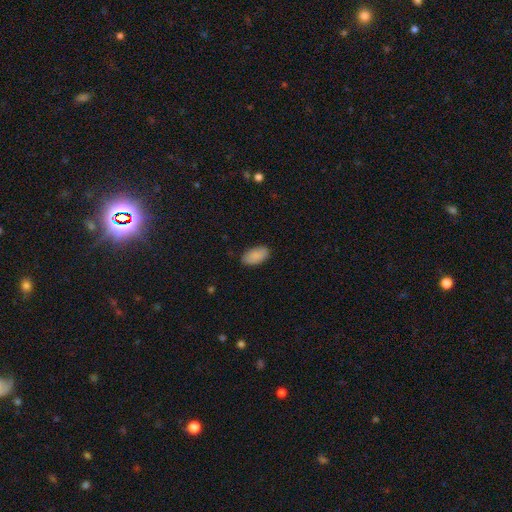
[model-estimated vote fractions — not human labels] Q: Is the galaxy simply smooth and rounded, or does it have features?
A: smooth — 89%.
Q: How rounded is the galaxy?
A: in between — 95%.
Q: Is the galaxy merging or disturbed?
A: none — 84%.